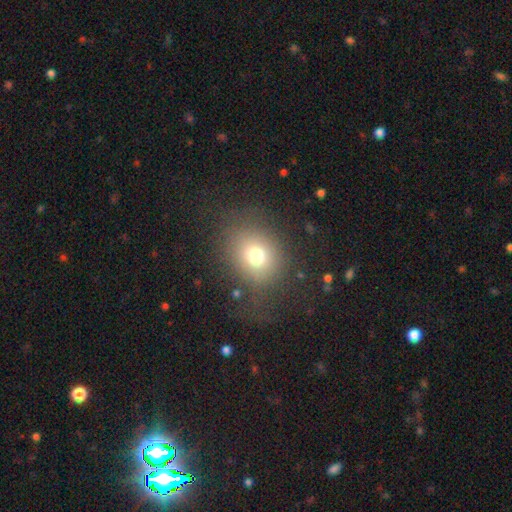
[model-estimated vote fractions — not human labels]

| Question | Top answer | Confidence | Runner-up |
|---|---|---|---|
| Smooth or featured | smooth | 72% | star or artifact (16%) |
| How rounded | round | 67% | in between (32%) |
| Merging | none | 72% | minor disturbance (13%) |